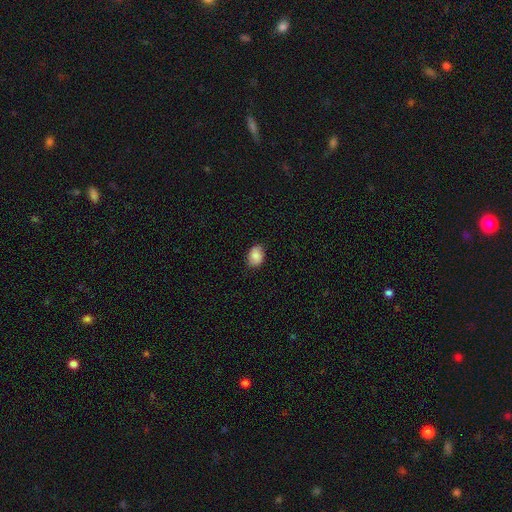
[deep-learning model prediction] Q: Smooth or featured?
A: smooth (87%); runner-up: star or artifact (7%)
Q: How rounded?
A: in between (75%); runner-up: round (24%)
Q: Merging?
A: none (84%); runner-up: minor disturbance (12%)